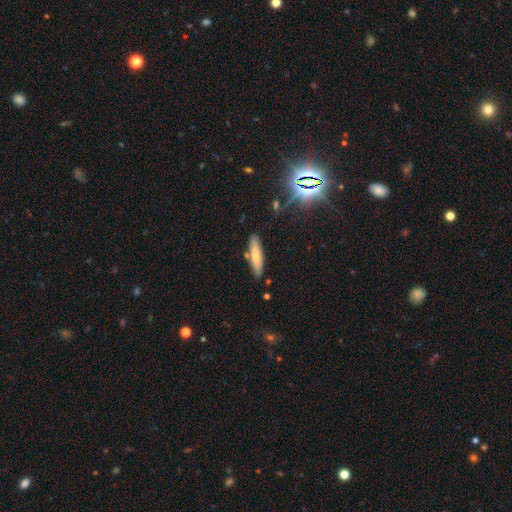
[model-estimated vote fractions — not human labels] Q: Smooth or featured?
A: smooth (71%); runner-up: featured or disk (21%)
Q: How rounded?
A: cigar-shaped (76%); runner-up: in between (23%)
Q: Merging?
A: none (81%); runner-up: minor disturbance (11%)